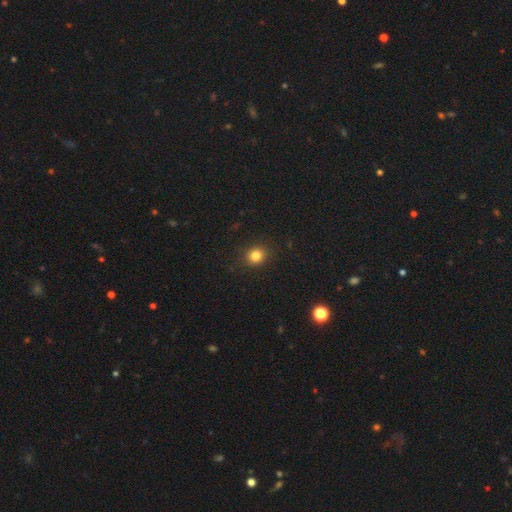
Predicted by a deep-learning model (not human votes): smooth 83%, star or artifact 12%, featured or disk 5%. Down the decision tree: how rounded — round (75%); merging — none (89%).